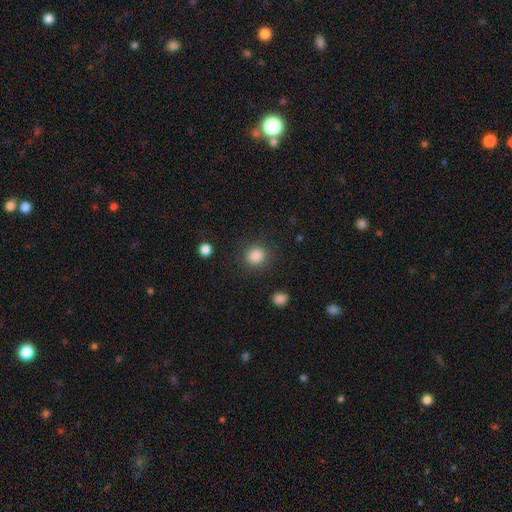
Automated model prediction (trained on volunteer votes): smooth-or-featured: smooth: 87% | star or artifact: 10% | featured or disk: 4%
  how-rounded: round: 86% | in between: 13% | cigar-shaped: 1%
  merging: none: 88% | minor disturbance: 7% | major disturbance: 3% | merger: 2%